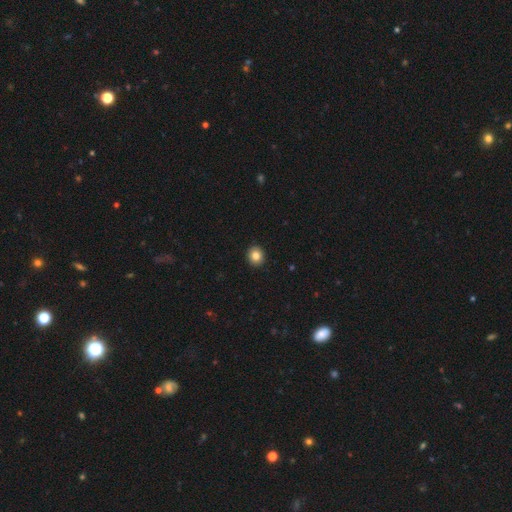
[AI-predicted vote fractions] Smooth or featured: smooth — 84% (star or artifact — 10%)
How rounded: round — 80% (in between — 19%)
Merging: none — 93% (minor disturbance — 5%)